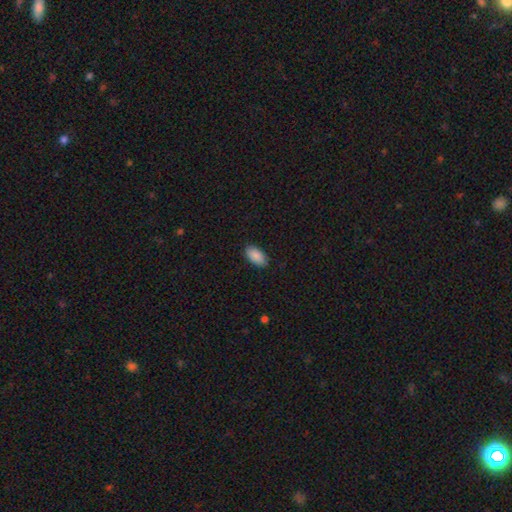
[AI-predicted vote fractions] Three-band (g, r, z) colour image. It shows a smooth galaxy with no disk features (89%) that is in between round and cigar-shaped (95%). Merging: none (87%).